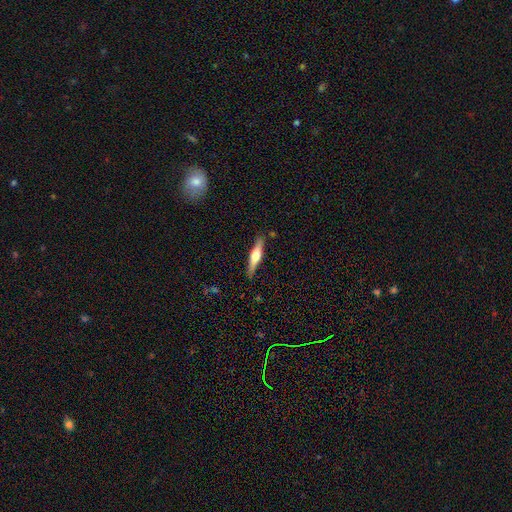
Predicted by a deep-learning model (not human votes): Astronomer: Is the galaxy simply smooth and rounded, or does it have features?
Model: featured or disk — 57% (runner-up: smooth, 37%).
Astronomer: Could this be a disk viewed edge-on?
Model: yes — 96%.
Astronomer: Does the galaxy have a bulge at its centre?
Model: rounded — 90%.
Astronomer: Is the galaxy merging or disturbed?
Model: none — 87%.